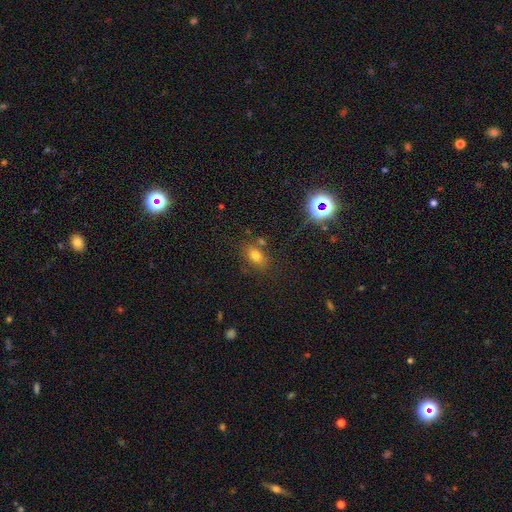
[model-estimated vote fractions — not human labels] smooth_or_featured: smooth (p=0.73) [alt: star or artifact p=0.17]
how_rounded: in between (p=0.74) [alt: round p=0.24]
merging: none (p=0.71) [alt: minor disturbance p=0.14]